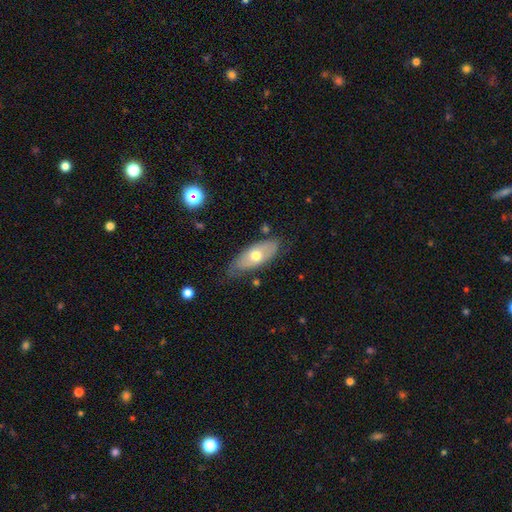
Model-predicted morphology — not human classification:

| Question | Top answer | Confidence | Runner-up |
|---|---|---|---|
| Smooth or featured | smooth | 59% | featured or disk (35%) |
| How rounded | in between | 81% | cigar-shaped (16%) |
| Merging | none | 72% | minor disturbance (21%) |